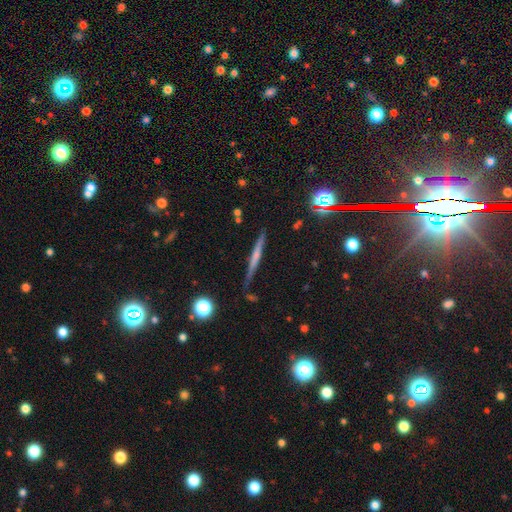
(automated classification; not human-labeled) smooth_or_featured: featured or disk (p=0.51) [alt: smooth p=0.38]
disk_edge_on: yes (p=0.96) [alt: no p=0.04]
merging: none (p=0.82) [alt: minor disturbance p=0.12]